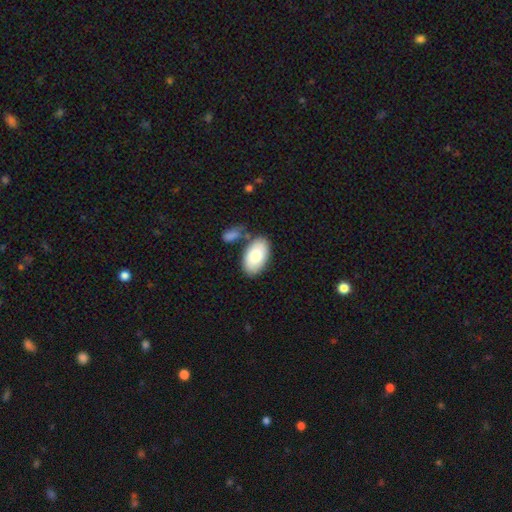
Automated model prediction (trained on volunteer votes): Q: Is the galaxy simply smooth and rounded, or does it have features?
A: smooth — 81%.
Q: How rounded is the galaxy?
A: in between — 95%.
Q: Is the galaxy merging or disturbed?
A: none — 70%.